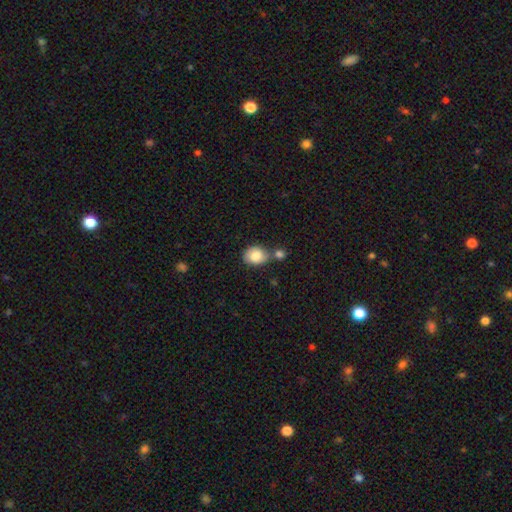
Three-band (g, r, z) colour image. It shows a smooth galaxy with no disk features (85%) that is in between round and cigar-shaped (62%). Merging: none (47%).